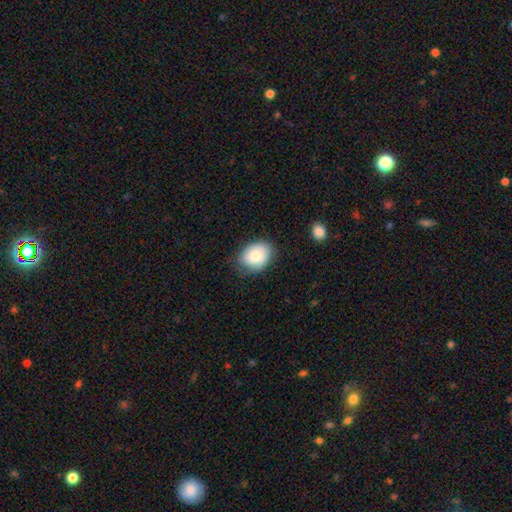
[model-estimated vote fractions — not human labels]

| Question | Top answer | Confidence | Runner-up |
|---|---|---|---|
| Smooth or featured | smooth | 76% | featured or disk (16%) |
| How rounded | in between | 66% | round (33%) |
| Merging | none | 72% | minor disturbance (22%) |